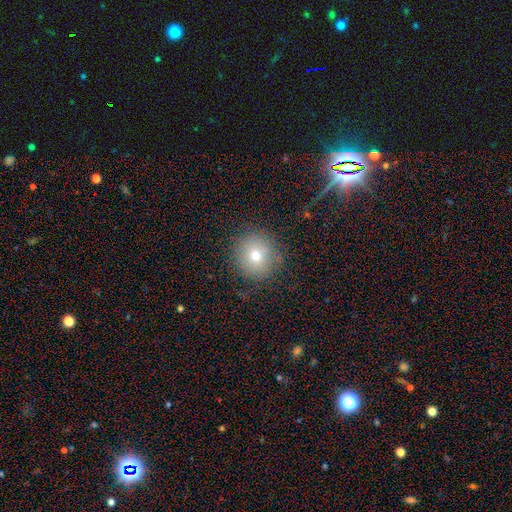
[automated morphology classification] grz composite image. It shows a smooth galaxy with no disk features (72%) that is round (93%). Merging: none (85%).